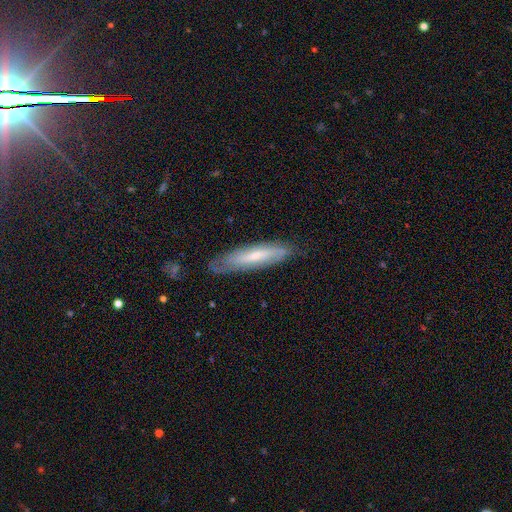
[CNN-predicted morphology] smooth-or-featured: featured or disk: 51% | smooth: 43% | star or artifact: 6%
  disk-edge-on: yes: 51% | no: 49%
  merging: none: 74% | minor disturbance: 20% | major disturbance: 5% | merger: 1%